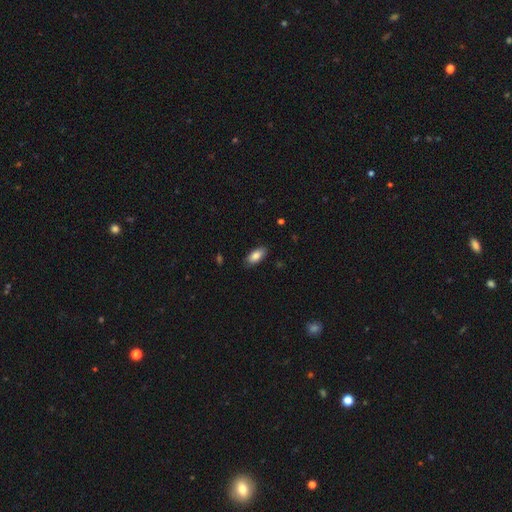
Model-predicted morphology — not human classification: smooth-or-featured: smooth: 85% | featured or disk: 9% | star or artifact: 7%
  how-rounded: in between: 90% | cigar-shaped: 8% | round: 2%
  merging: none: 86% | minor disturbance: 11% | major disturbance: 2% | merger: 1%